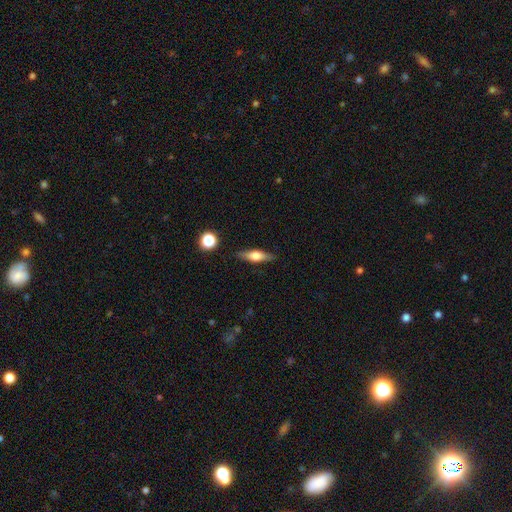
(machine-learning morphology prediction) Smooth or featured? smooth (51%)
How rounded? cigar-shaped (53%)
Merging? none (86%)